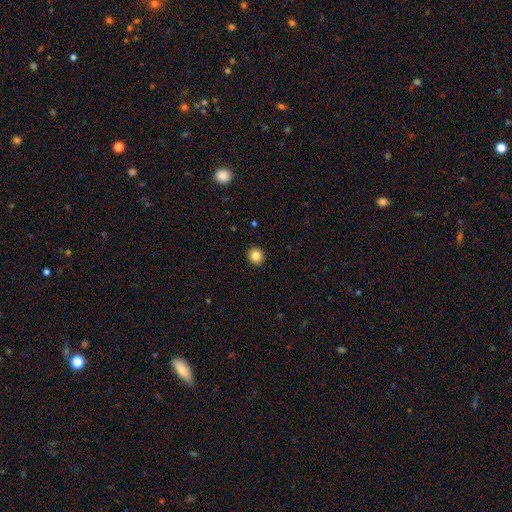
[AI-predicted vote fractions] Morphology: type=smooth (84%); roundness=round (87%); merging=none (93%).